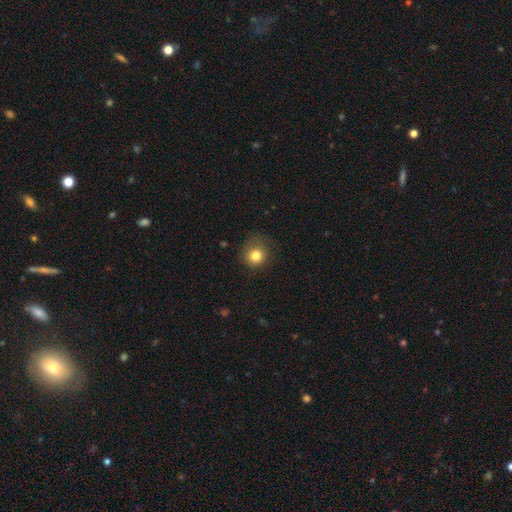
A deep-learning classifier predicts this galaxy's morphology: smooth-or-featured: smooth: 80% | star or artifact: 12% | featured or disk: 8%
  how-rounded: round: 88% | in between: 11% | cigar-shaped: 1%
  merging: none: 70% | minor disturbance: 20% | major disturbance: 9% | merger: 1%